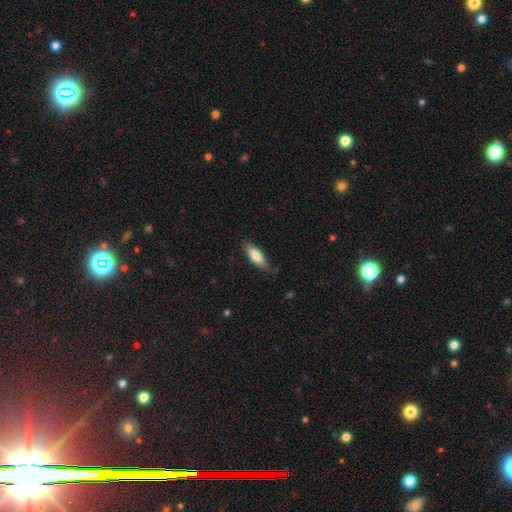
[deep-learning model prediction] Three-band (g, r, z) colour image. It shows a smooth galaxy with no disk features (75%) that is in between round and cigar-shaped (64%). Merging: none (74%).